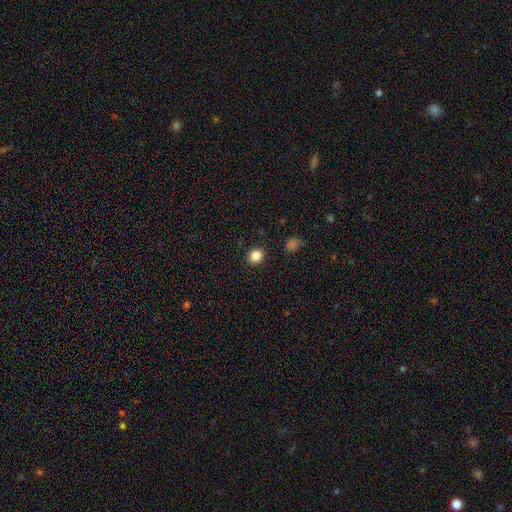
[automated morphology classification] The model was most divided on "how rounded": round: 66%, in between: 33%, cigar-shaped: 1%. More confident: merging — none (89%); smooth or featured — smooth (85%).